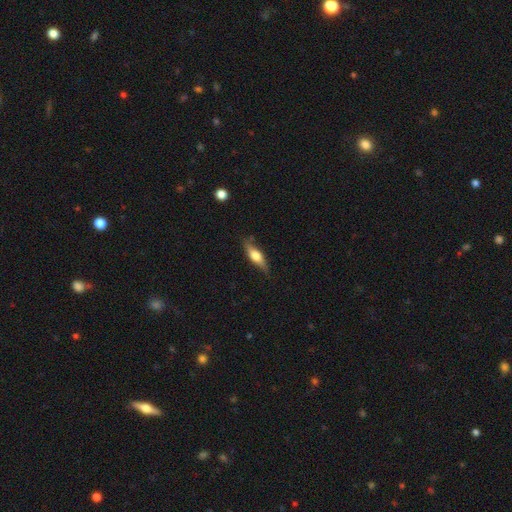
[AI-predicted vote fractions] smooth 55%, featured or disk 38%, star or artifact 6%. Down the decision tree: how rounded — in between (51%); merging — none (72%).